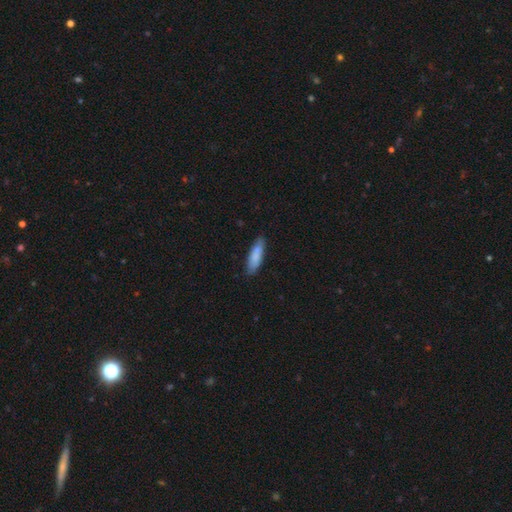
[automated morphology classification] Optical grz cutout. It shows a smooth galaxy with no disk features (81%) that is cigar-shaped (56%). Merging: none (78%).